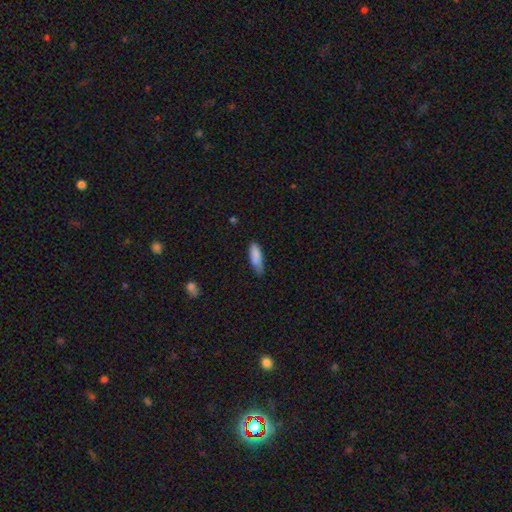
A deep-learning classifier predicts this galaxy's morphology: smooth-or-featured: smooth: 85% | featured or disk: 8% | star or artifact: 7%
  how-rounded: in between: 55% | cigar-shaped: 43% | round: 2%
  merging: none: 60% | minor disturbance: 32% | major disturbance: 6% | merger: 2%